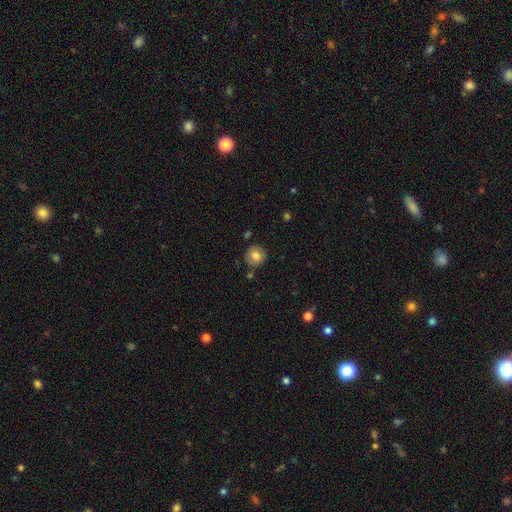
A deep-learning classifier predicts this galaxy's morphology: Smooth or featured?
  - smooth: 76% *
  - featured or disk: 15%
  - star or artifact: 9%
How rounded?
  - round: 90% *
  - in between: 9%
  - cigar-shaped: 1%
Merging?
  - none: 83% *
  - minor disturbance: 10%
  - merger: 4%
  - major disturbance: 2%